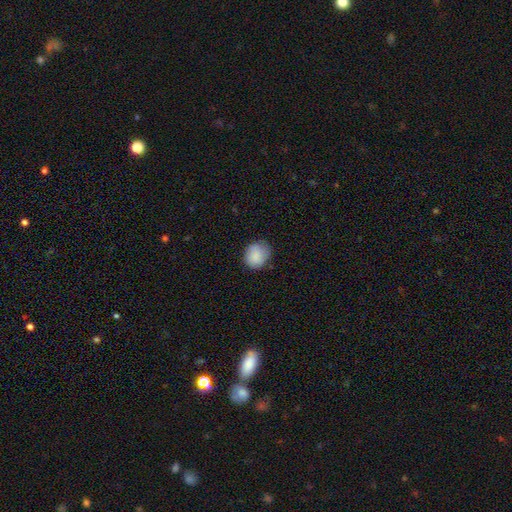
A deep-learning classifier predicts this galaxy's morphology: smooth 86%, featured or disk 7%, star or artifact 7%. Down the decision tree: how rounded — round (66%); merging — none (76%).